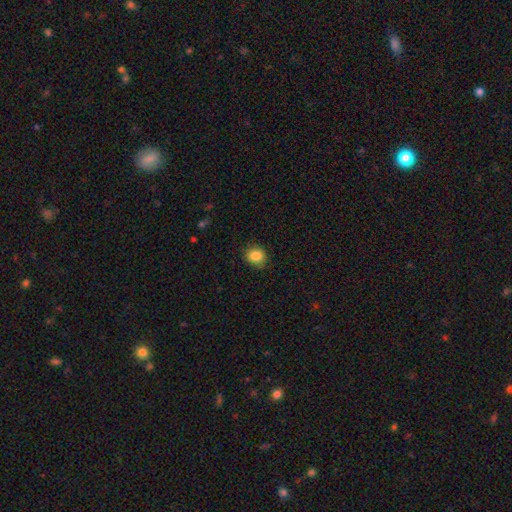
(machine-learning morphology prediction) This appears to be a smooth galaxy with no disk features (86%) that is round (70%). Merging: none (83%).